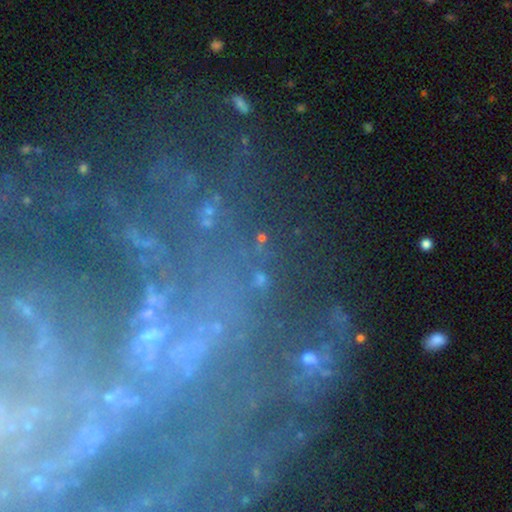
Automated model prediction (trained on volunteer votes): This is likely a featured or disk galaxy (65%). It is clearly not viewed edge-on (95%). Bar: possibly no (48%). Spiral arm pattern: likely yes (75%). Central bulge: possibly small (52%). Merging: likely none (61%).